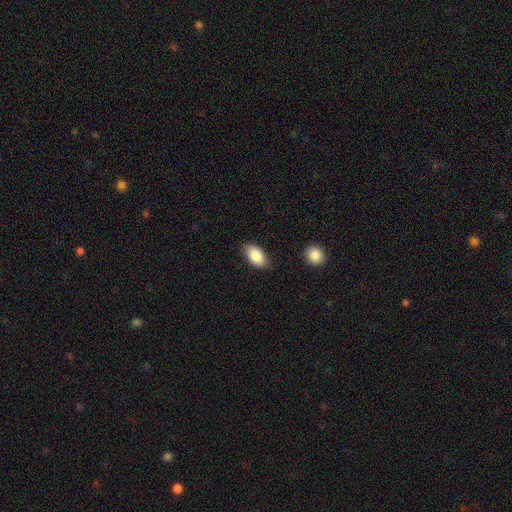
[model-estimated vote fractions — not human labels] Overall: smooth (87%). How rounded: in between (93%). Merging: none (79%).